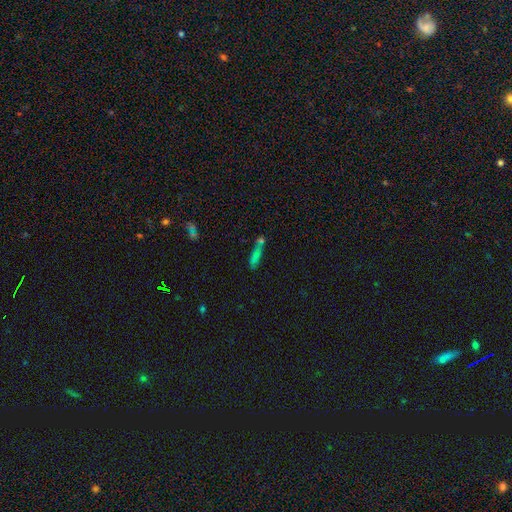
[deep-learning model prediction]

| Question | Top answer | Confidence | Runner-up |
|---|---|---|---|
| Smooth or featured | smooth | 61% | star or artifact (23%) |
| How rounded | cigar-shaped | 72% | in between (23%) |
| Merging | none | 61% | merger (18%) |